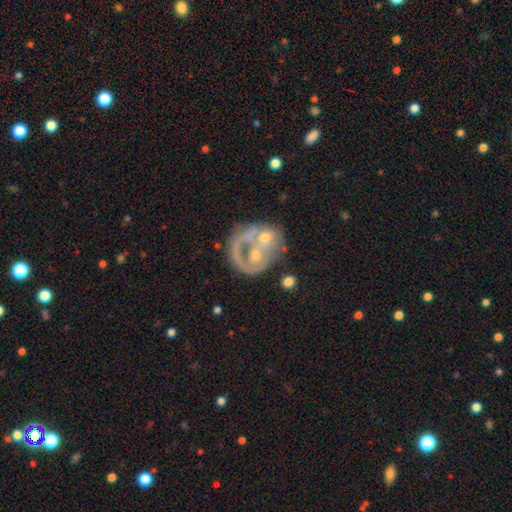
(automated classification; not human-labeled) The model was most divided on "bulge size": moderate: 41%, small: 35%, none: 18%, large: 4%, dominant: 2%. Remaining: edge-on disk — no (98%); bar — no (85%); smooth or featured — featured or disk (69%); spiral arms — no (63%); merging — merger (41%).